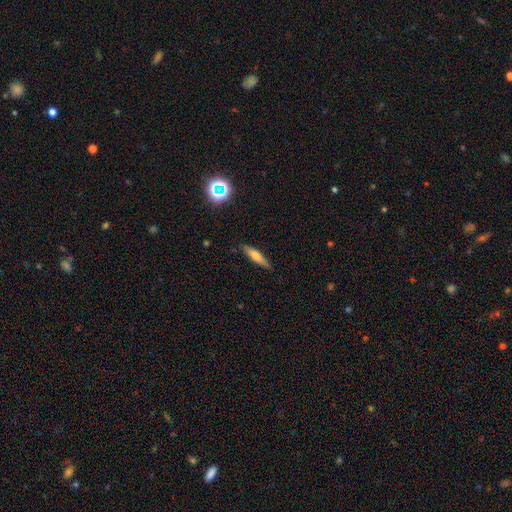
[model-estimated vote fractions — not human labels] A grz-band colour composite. It shows a smooth galaxy with no disk features (66%) that is cigar-shaped (76%). Merging: none (84%).